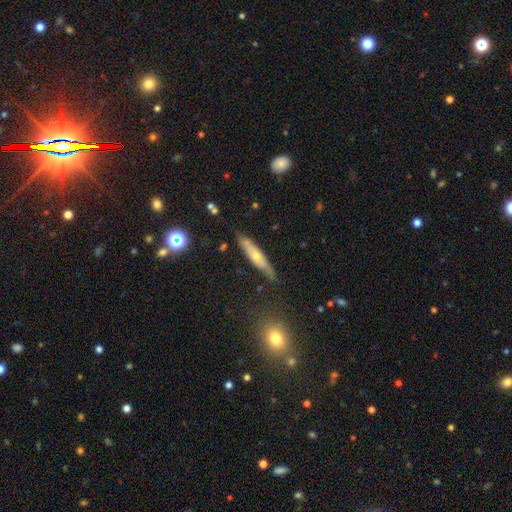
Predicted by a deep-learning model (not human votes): smooth_or_featured: featured or disk (p=0.53) [alt: smooth p=0.38]
disk_edge_on: yes (p=0.72) [alt: no p=0.28]
merging: none (p=0.76) [alt: minor disturbance p=0.18]